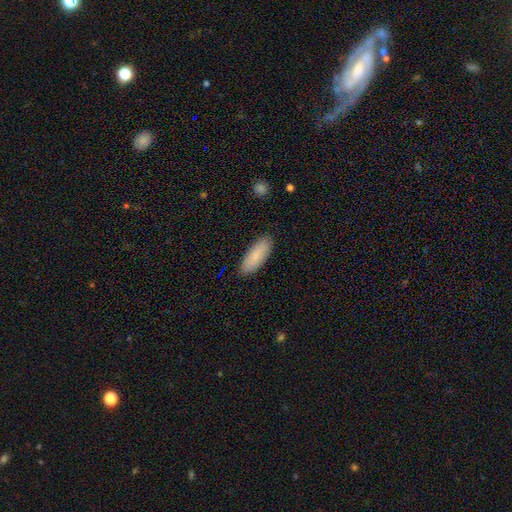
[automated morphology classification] Smooth or featured? smooth (86%)
How rounded? in between (67%)
Merging? none (88%)